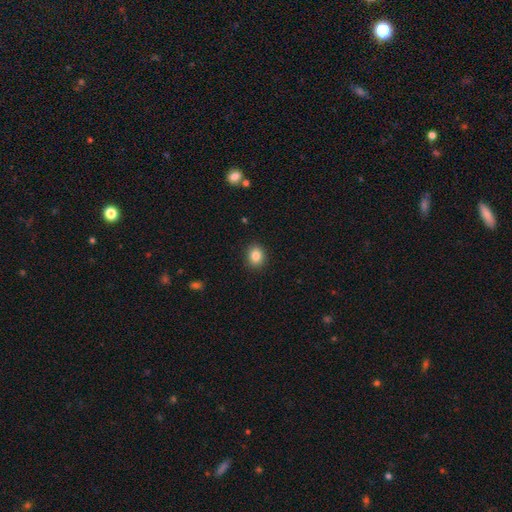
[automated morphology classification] Overall: smooth (85%). How rounded: round (63%; in between 36%). Merging: none (90%).